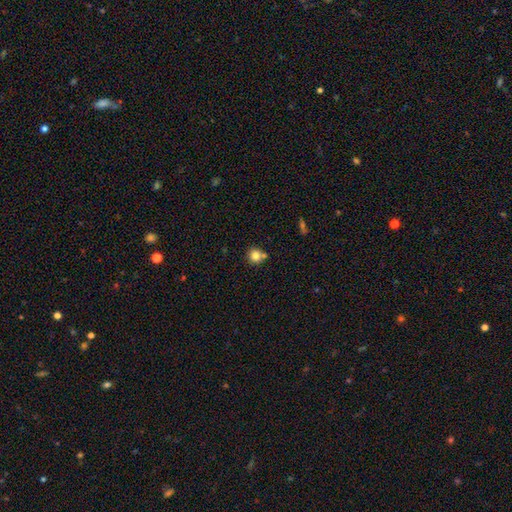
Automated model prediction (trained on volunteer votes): smooth 81%, star or artifact 11%, featured or disk 8%. Down the decision tree: how rounded — round (92%); merging — none (70%).